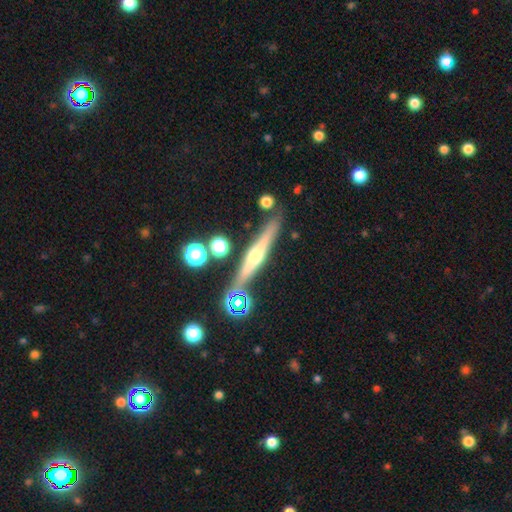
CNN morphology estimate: This is likely a featured or disk galaxy (72%). It is clearly viewed edge-on (97%). Edge-on bulge: clearly rounded (90%). Merging: clearly none (82%).